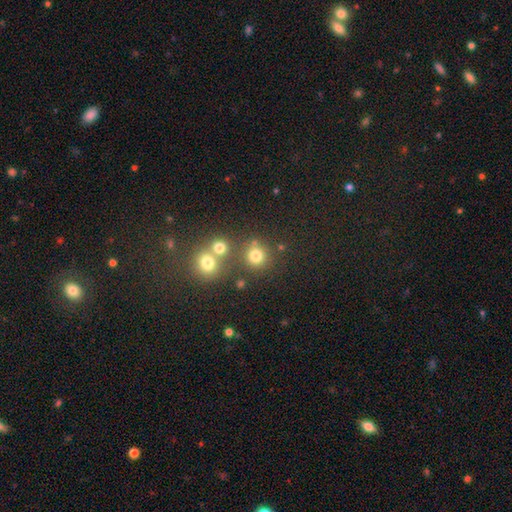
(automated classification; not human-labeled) Overall: smooth (76%). How rounded: round (90%). Merging: none (69%).